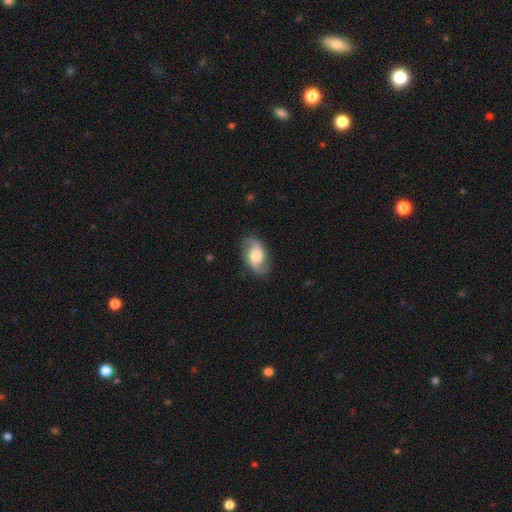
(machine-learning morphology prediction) This appears to be a featured or disk galaxy (74%) with no bar (54%), 2 (92%) loose (54%) spiral arms (93%) and a moderate central bulge (56%). Merging: none (83%).